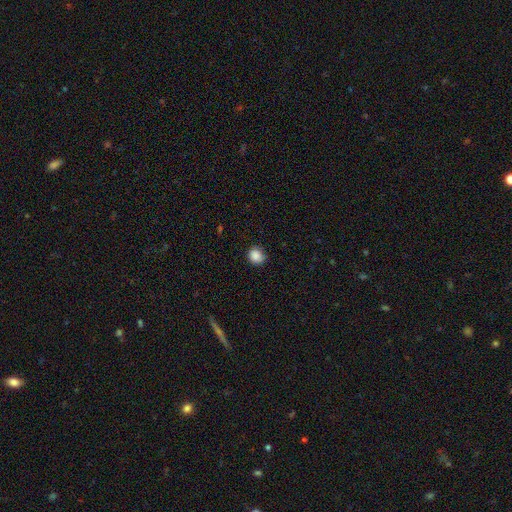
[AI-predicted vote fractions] Smooth or featured? Predicted: smooth (p=0.87). How rounded? Predicted: round (p=0.81). Merging? Predicted: none (p=0.79).